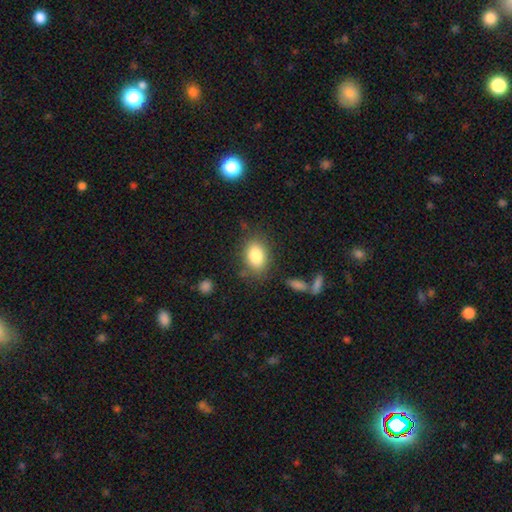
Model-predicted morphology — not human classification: type=smooth (84%); roundness=in between (79%); merging=none (78%).